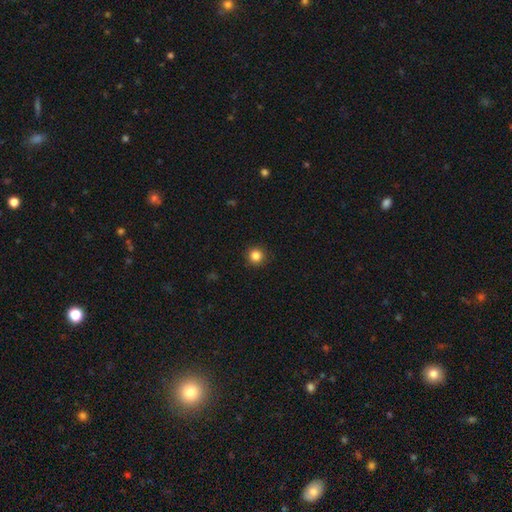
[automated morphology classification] Q: Smooth or featured?
A: smooth (84%); runner-up: star or artifact (12%)
Q: How rounded?
A: round (95%); runner-up: in between (4%)
Q: Merging?
A: none (92%); runner-up: minor disturbance (5%)